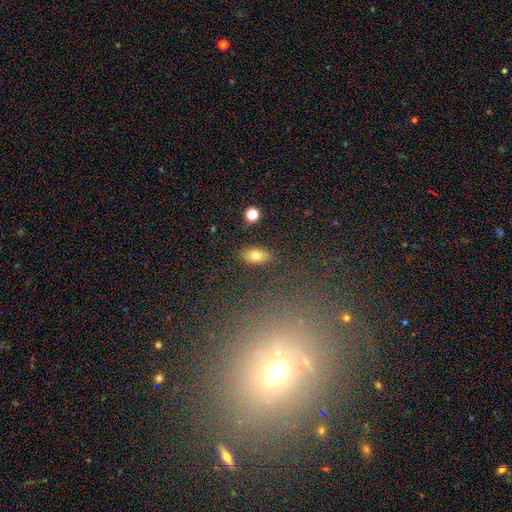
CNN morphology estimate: A smooth galaxy with no disk features (76%) that is in between round and cigar-shaped (88%).

Vote fractions:
- Smooth or featured? smooth: 76% / featured or disk: 14% / star or artifact: 10%
- How rounded? in between: 88% / round: 9% / cigar-shaped: 4%
- Merging? none: 86% / minor disturbance: 9% / major disturbance: 3% / merger: 2%